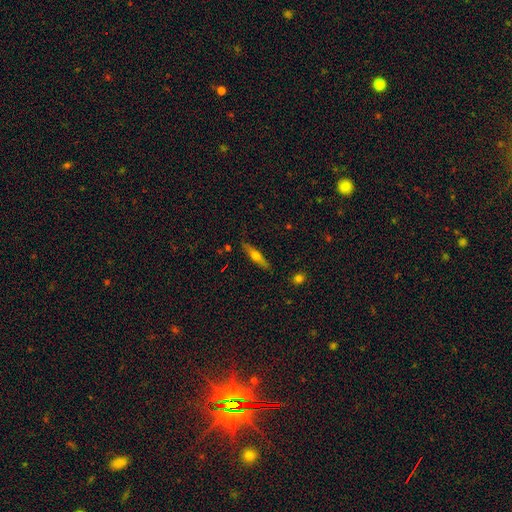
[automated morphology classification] Smooth or featured? Predicted: featured or disk (p=0.54). Edge-on disk? Predicted: yes (p=0.94). Edge-on bulge? Predicted: rounded (p=0.90). Merging? Predicted: none (p=0.88).